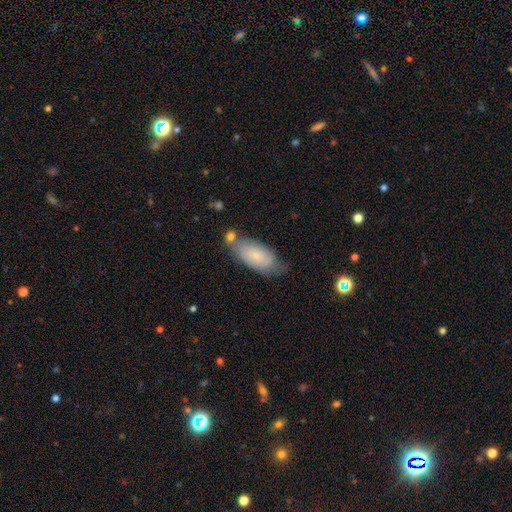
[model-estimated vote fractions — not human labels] A smooth galaxy with no disk features (66%) that is in between round and cigar-shaped (88%). Merging: none (53%).